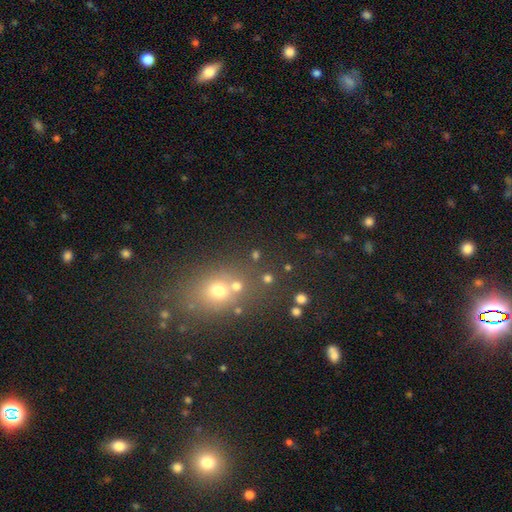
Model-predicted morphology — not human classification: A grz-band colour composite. It shows a smooth galaxy with no disk features (54%) that is round (71%). Merging: none (66%).